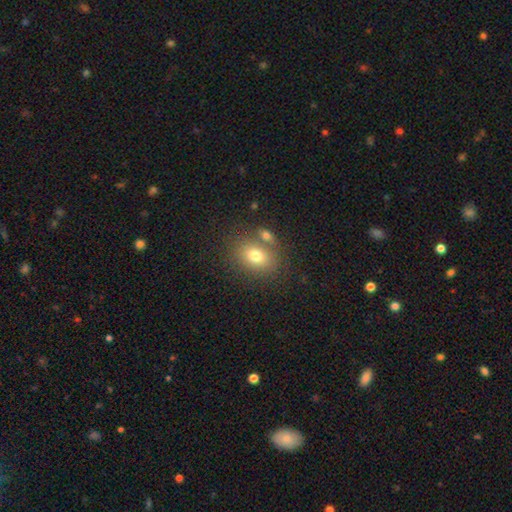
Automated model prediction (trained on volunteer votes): Smooth or featured? smooth (75%)
How rounded? in between (60%)
Merging? none (63%)